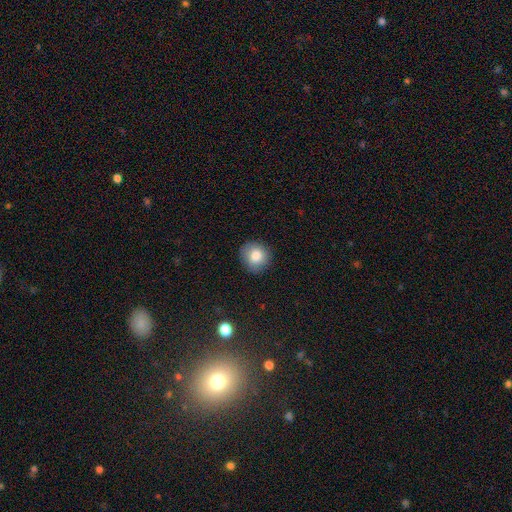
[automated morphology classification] A smooth galaxy with no disk features (83%) that is round (88%).

Vote fractions:
- Smooth or featured? smooth: 83% / star or artifact: 9% / featured or disk: 8%
- How rounded? round: 88% / in between: 11% / cigar-shaped: 1%
- Merging? none: 88% / minor disturbance: 9% / major disturbance: 2% / merger: 1%